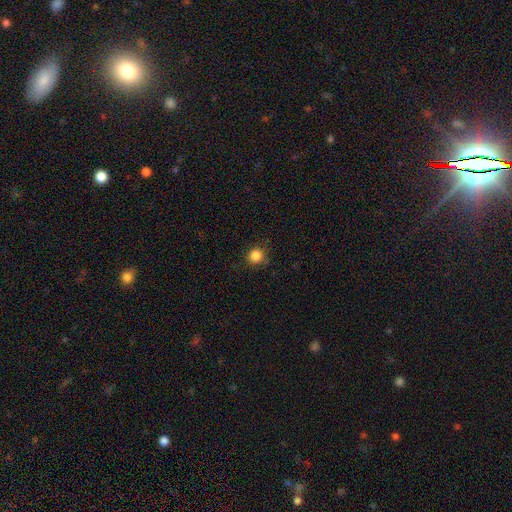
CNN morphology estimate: This is clearly a smooth galaxy (85%). How rounded: clearly round (91%). Merging: clearly none (86%).